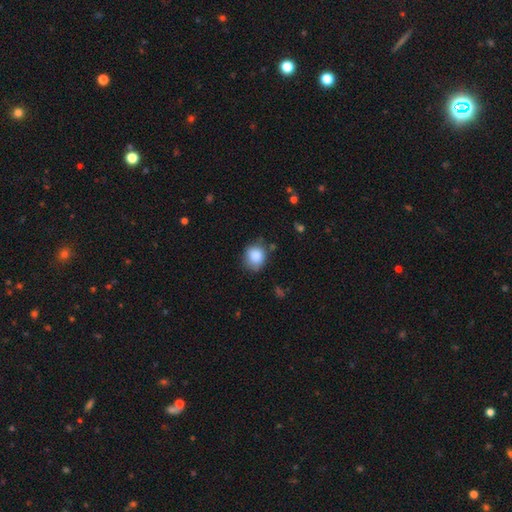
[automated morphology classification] Overall: smooth (86%). How rounded: round (75%). Merging: none (69%).